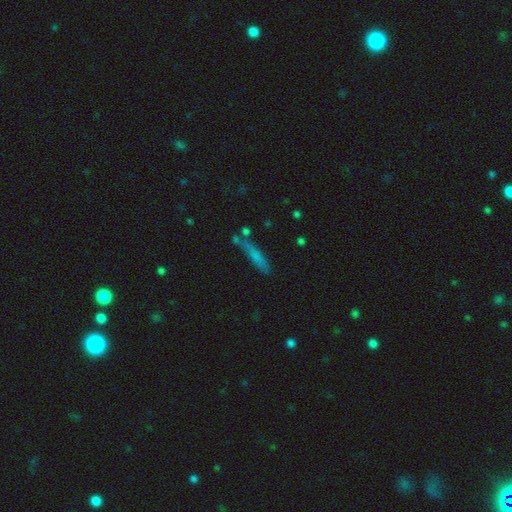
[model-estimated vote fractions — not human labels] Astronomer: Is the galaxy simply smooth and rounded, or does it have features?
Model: smooth — 67%.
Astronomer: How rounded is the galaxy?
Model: cigar-shaped — 85%.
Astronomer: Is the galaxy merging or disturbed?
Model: none — 66%.